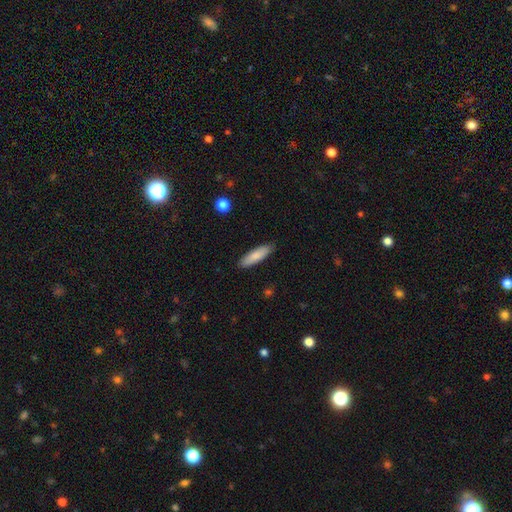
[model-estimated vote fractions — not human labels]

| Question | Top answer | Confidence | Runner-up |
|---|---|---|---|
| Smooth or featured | smooth | 82% | featured or disk (12%) |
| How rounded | cigar-shaped | 64% | in between (35%) |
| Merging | none | 88% | minor disturbance (9%) |